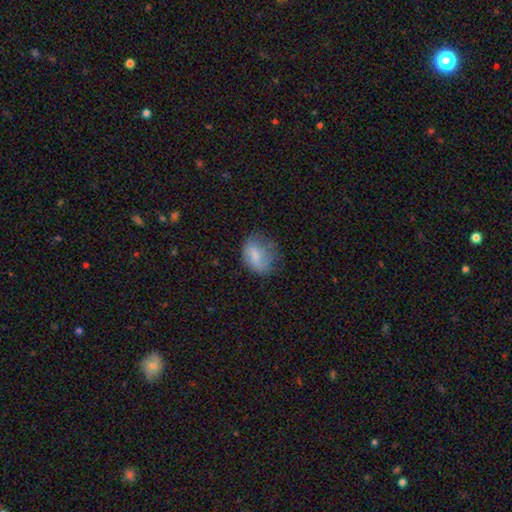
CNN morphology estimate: Smooth or featured?
  - smooth: 70% *
  - featured or disk: 22%
  - star or artifact: 9%
How rounded?
  - in between: 63% *
  - round: 35%
  - cigar-shaped: 2%
Merging?
  - none: 48% *
  - minor disturbance: 32%
  - major disturbance: 18%
  - merger: 2%